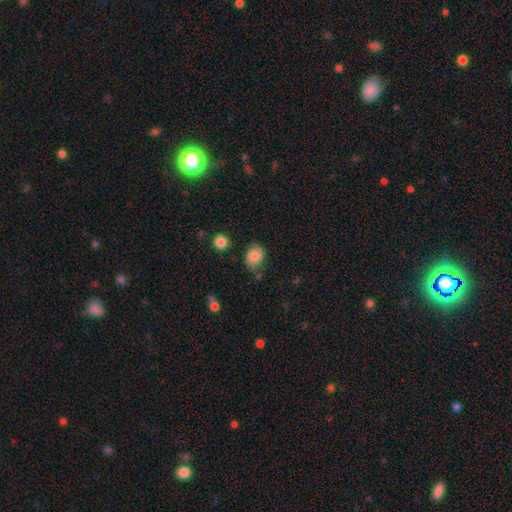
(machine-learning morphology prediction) smooth_or_featured: smooth (p=0.75) [alt: featured or disk p=0.16]
how_rounded: in between (p=0.59) [alt: round p=0.40]
merging: none (p=0.66) [alt: minor disturbance p=0.24]